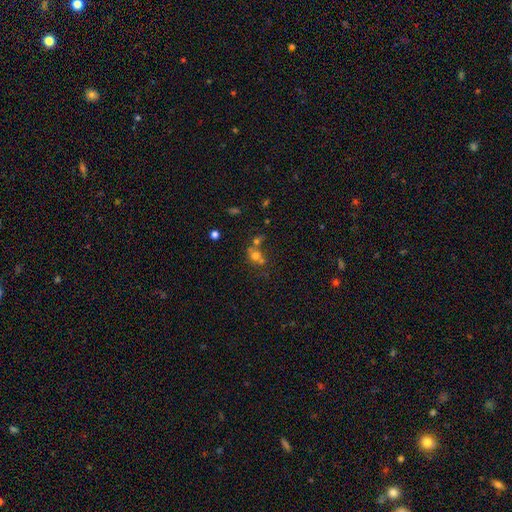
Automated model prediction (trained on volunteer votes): This appears to be a smooth galaxy with no disk features (62%) that is round (72%). Merging: merger (48%).